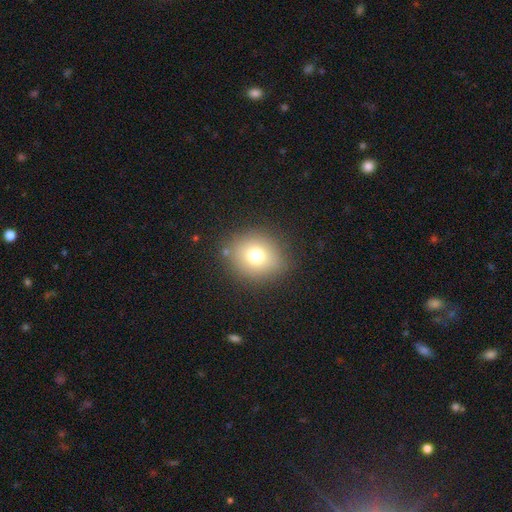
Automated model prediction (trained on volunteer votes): Morphology: type=smooth (74%); roundness=round (77%); merging=none (85%).